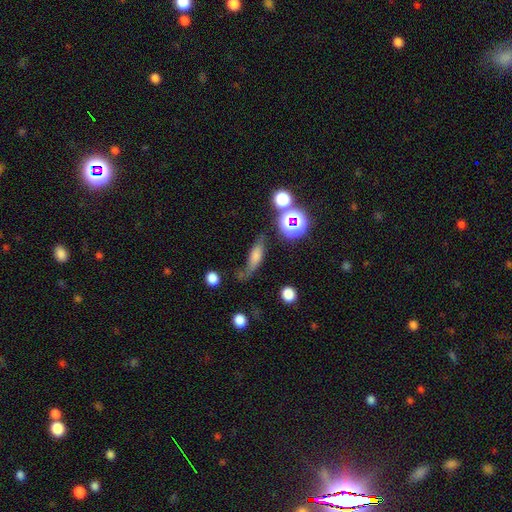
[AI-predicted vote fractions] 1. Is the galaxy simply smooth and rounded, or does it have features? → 52% smooth, 30% featured or disk, 18% star or artifact.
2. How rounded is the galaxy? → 45% in between, 42% cigar-shaped, 13% round.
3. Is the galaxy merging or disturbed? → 46% none, 28% minor disturbance, 19% major disturbance, 7% merger.